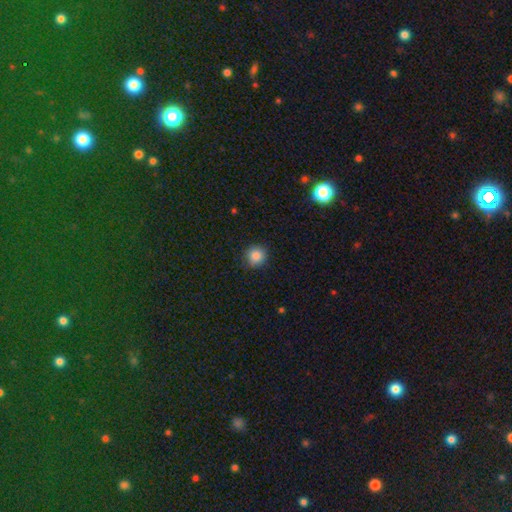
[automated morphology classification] The model was most divided on "smooth or featured": smooth: 86%, star or artifact: 10%, featured or disk: 4%. More confident: how rounded — round (92%); merging — none (87%).